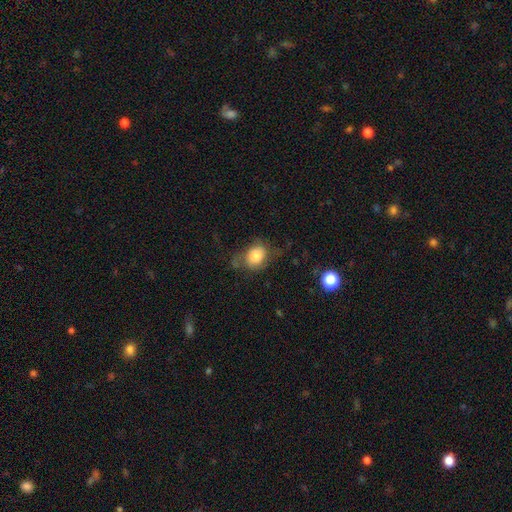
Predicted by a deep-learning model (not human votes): smooth-or-featured: smooth: 72% | featured or disk: 19% | star or artifact: 9%
  how-rounded: in between: 60% | round: 38% | cigar-shaped: 1%
  merging: none: 47% | minor disturbance: 28% | major disturbance: 22% | merger: 3%